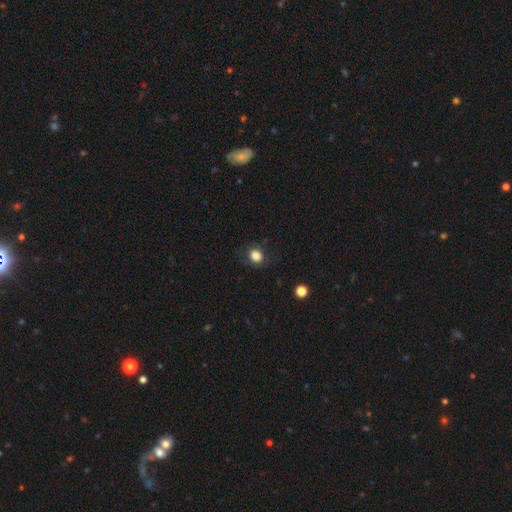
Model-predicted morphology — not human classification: Smooth or featured? Predicted: smooth (p=0.85). How rounded? Predicted: round (p=0.61). Merging? Predicted: none (p=0.81).